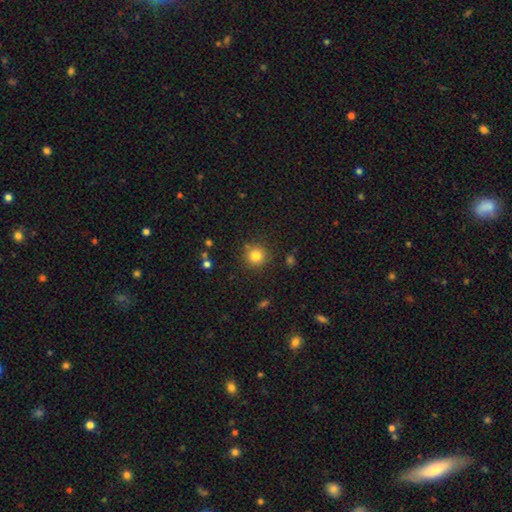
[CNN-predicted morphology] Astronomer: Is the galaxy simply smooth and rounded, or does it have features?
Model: smooth — 81%.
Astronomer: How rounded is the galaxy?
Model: round — 93%.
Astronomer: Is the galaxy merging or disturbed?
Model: none — 86%.